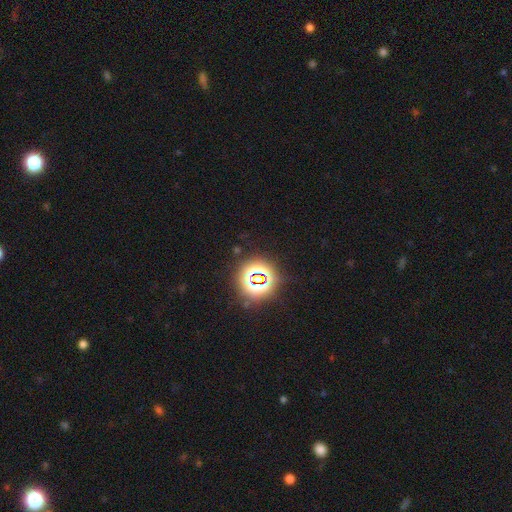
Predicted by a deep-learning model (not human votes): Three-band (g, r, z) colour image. It shows a star or artifact, not a galaxy (78%).